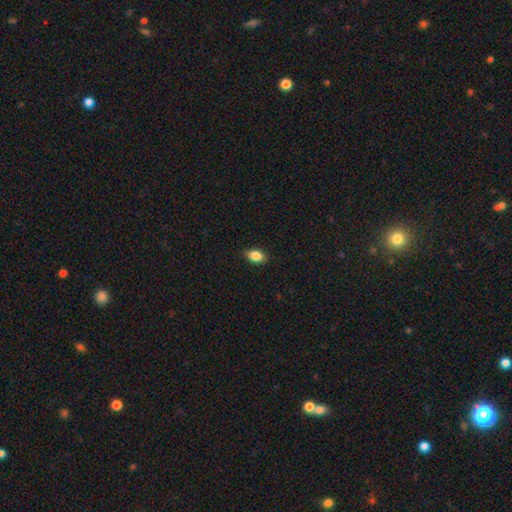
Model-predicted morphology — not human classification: This appears to be a smooth galaxy with no disk features (86%) that is in between round and cigar-shaped (88%). Merging: none (89%).